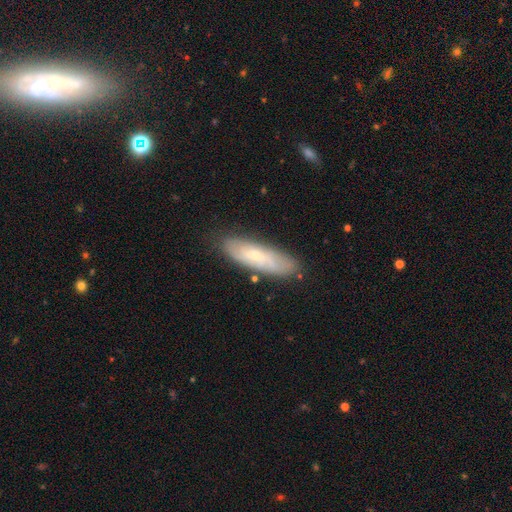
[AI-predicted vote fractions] Smooth or featured? smooth (54%)
How rounded? cigar-shaped (51%)
Merging? none (77%)